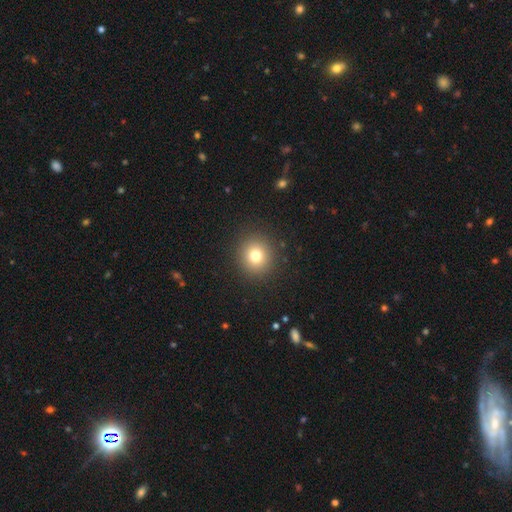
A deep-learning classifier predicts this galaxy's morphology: This appears to be a smooth galaxy with no disk features (76%) that is round (90%). Merging: none (91%).